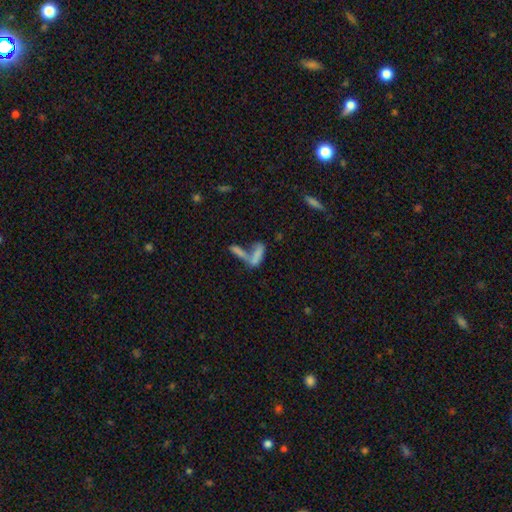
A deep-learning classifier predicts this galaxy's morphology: A smooth galaxy with no disk features (66%) that is in between round and cigar-shaped (50%). Merging: merger (65%).